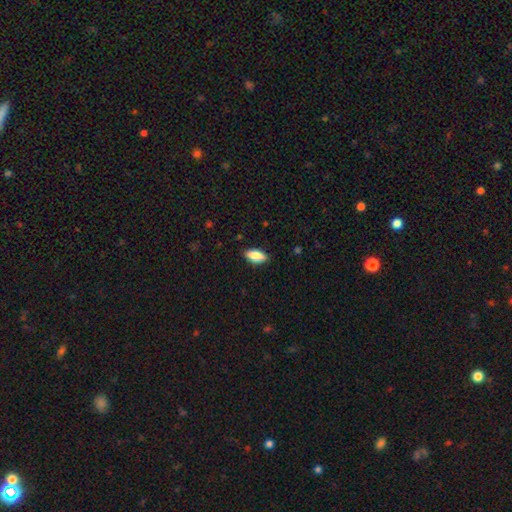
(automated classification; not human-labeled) Smooth or featured?
  - smooth: 83% *
  - featured or disk: 10%
  - star or artifact: 7%
How rounded?
  - in between: 86% *
  - cigar-shaped: 11%
  - round: 3%
Merging?
  - none: 87% *
  - minor disturbance: 10%
  - major disturbance: 2%
  - merger: 1%